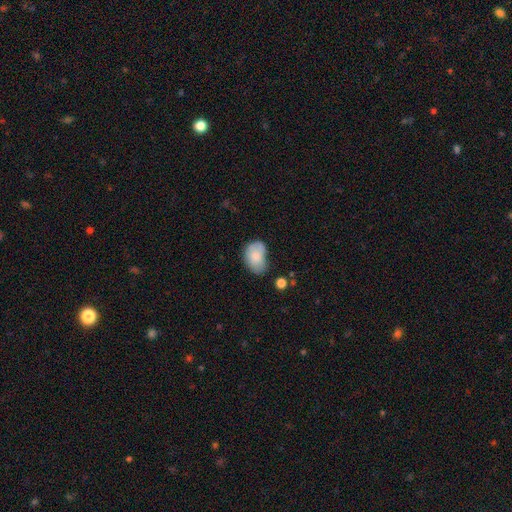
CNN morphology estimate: type=smooth (74%); roundness=in between (82%); merging=minor disturbance (39%).